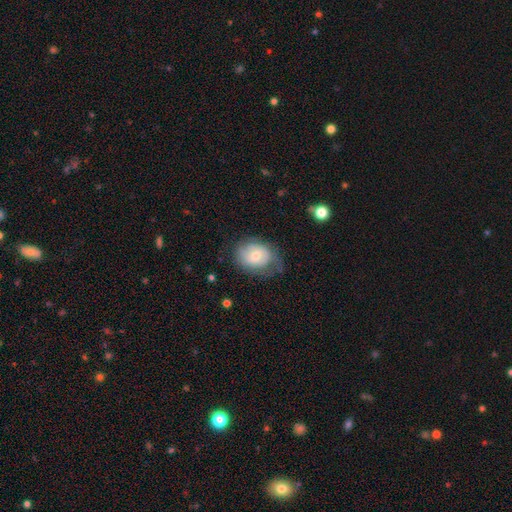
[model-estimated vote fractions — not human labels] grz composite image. It shows a smooth galaxy with no disk features (52%) that is in between round and cigar-shaped (56%). Merging: none (51%).